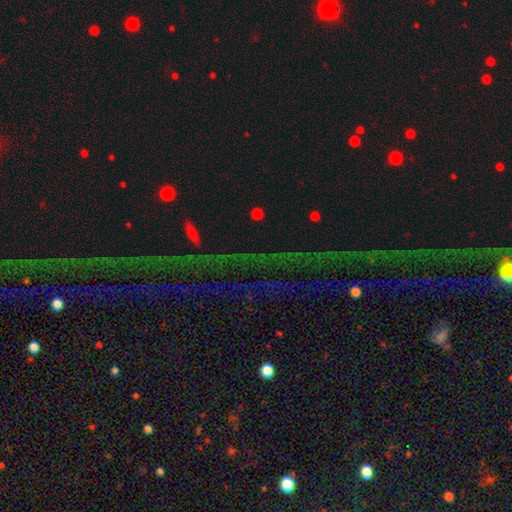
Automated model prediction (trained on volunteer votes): Smooth or featured: star or artifact — 78% (featured or disk — 11%)